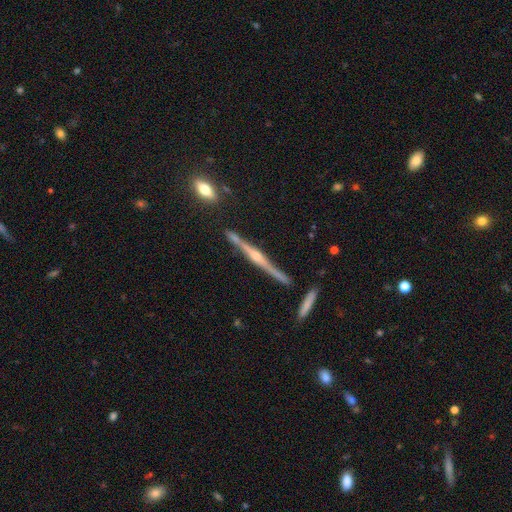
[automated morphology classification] This appears to be a featured or disk galaxy (86%) viewed edge-on (98%) with a rounded central bulge (85%). Merging: none (82%).